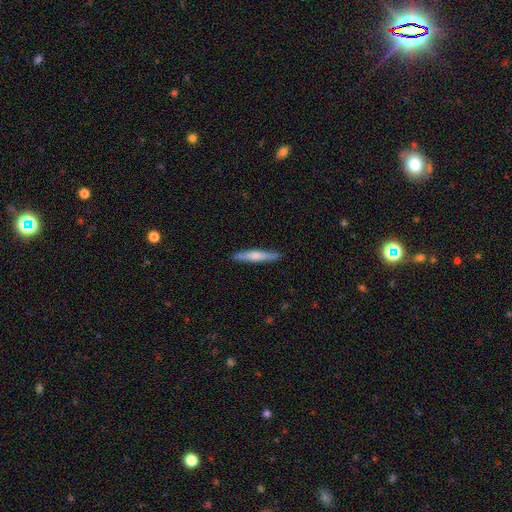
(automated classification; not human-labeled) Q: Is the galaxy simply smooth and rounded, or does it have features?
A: smooth — 57%.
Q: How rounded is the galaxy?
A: cigar-shaped — 93%.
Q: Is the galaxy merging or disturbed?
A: none — 90%.